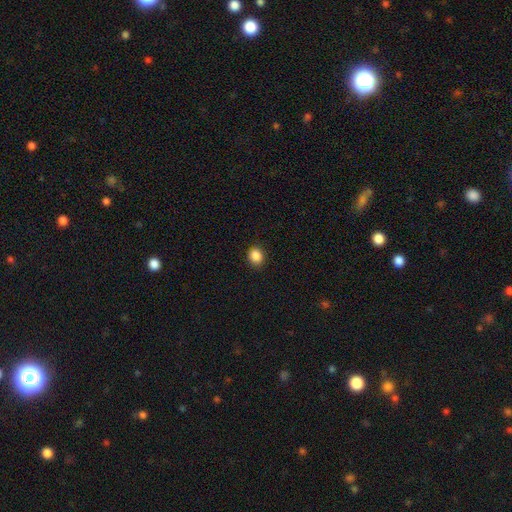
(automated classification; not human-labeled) smooth 87%, star or artifact 10%, featured or disk 3%. Down the decision tree: how rounded — round (68%); merging — none (89%).